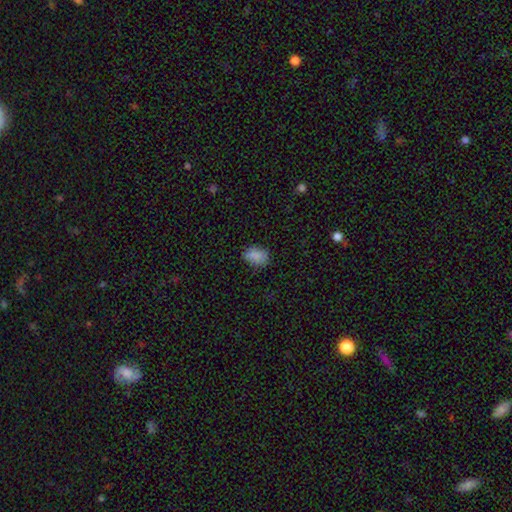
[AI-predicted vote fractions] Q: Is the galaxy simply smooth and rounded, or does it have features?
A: smooth — 83%.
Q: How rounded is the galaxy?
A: in between — 78%.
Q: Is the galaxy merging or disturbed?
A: none — 74%.